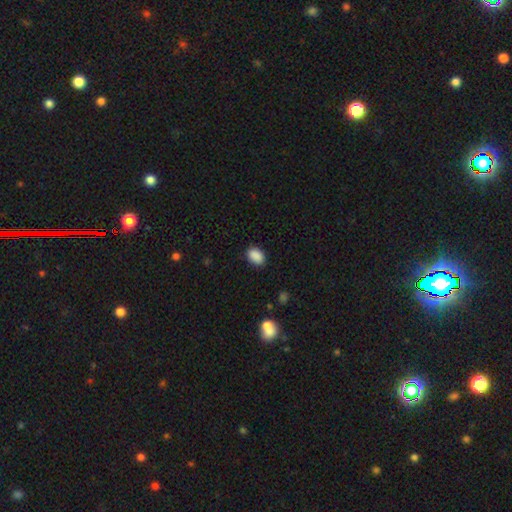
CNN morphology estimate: Smooth or featured? Predicted: smooth (p=0.89). How rounded? Predicted: in between (p=0.84). Merging? Predicted: none (p=0.87).